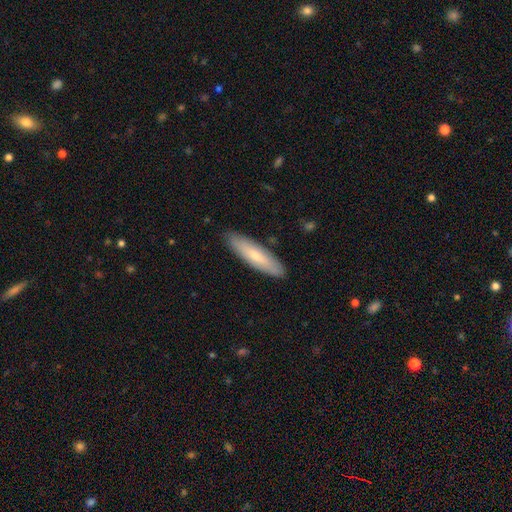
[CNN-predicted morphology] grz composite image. It shows a smooth galaxy with no disk features (66%) that is cigar-shaped (72%). Merging: none (88%).